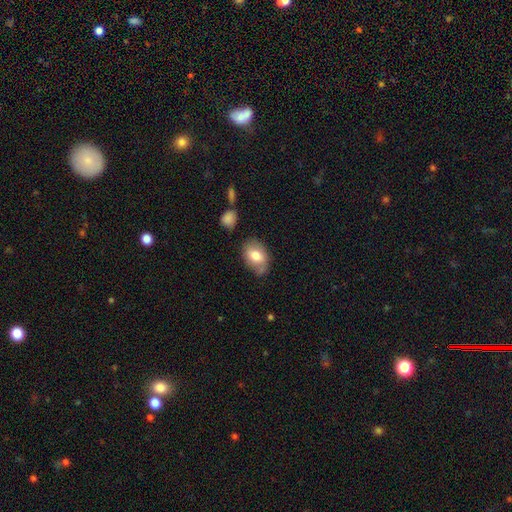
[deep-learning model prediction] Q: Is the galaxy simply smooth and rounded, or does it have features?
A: smooth — 76%.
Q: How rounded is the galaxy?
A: in between — 80%.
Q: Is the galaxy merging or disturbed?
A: none — 64%.